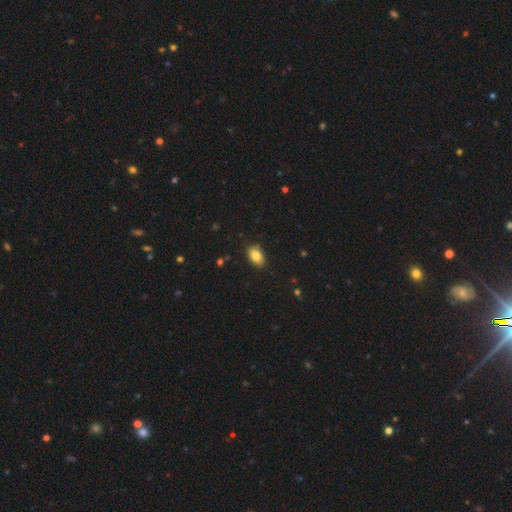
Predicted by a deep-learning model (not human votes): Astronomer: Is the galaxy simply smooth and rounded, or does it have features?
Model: smooth — 83%.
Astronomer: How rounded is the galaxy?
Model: in between — 88%.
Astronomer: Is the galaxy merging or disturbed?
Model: none — 87%.